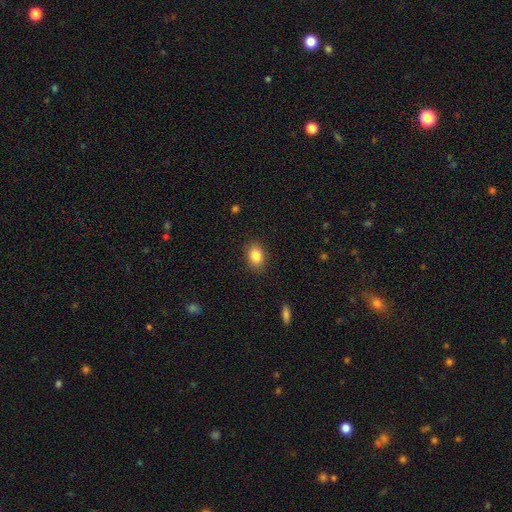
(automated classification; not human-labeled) A smooth galaxy with no disk features (86%) that is in between round and cigar-shaped (74%). Merging: none (87%).